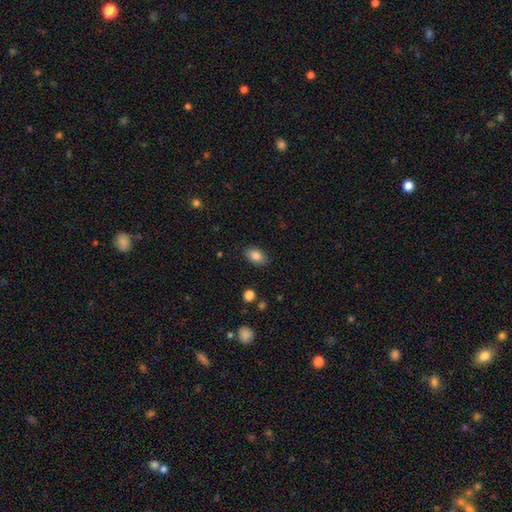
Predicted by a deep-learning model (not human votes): Morphology: type=smooth (84%); roundness=in between (89%); merging=none (86%).